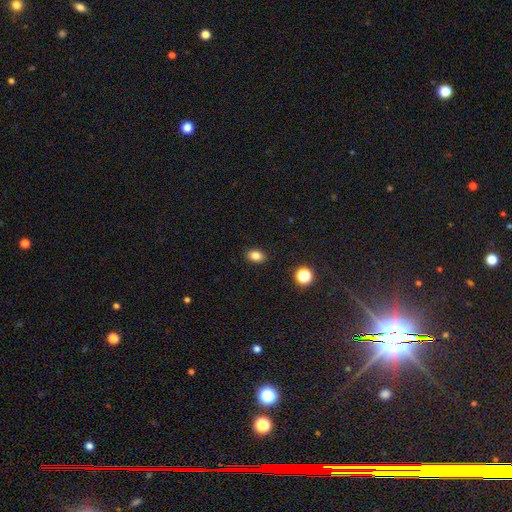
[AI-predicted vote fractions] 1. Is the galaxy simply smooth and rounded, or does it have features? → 82% smooth, 12% star or artifact, 6% featured or disk.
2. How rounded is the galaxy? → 72% in between, 26% round, 1% cigar-shaped.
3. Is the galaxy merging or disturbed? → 89% none, 8% minor disturbance, 2% major disturbance, 1% merger.